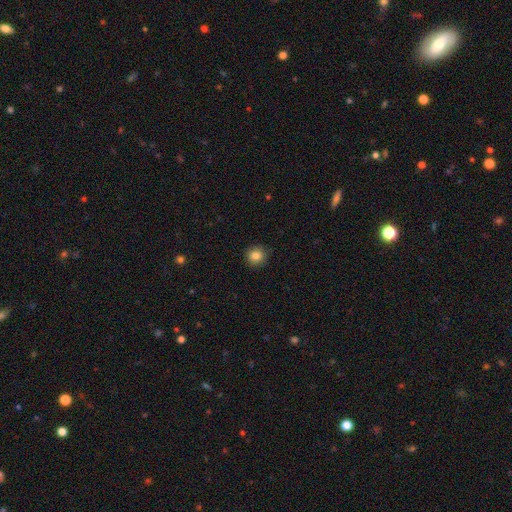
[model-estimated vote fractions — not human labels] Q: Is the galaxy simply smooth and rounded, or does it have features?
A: smooth — 85%.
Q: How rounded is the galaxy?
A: round — 92%.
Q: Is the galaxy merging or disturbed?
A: none — 91%.